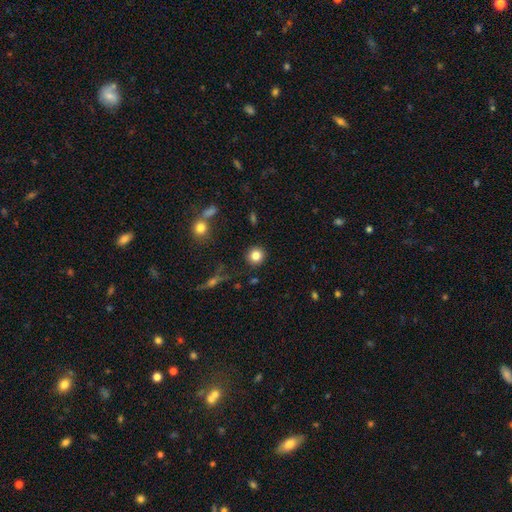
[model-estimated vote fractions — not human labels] This appears to be a smooth galaxy with no disk features (83%) that is round (92%). Merging: none (90%).